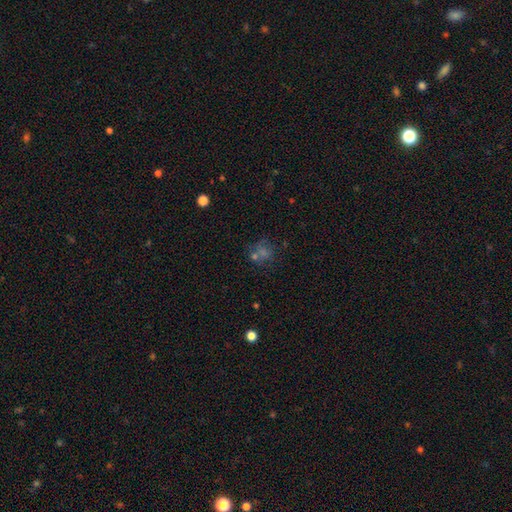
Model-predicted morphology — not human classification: This is possibly a smooth galaxy (47%). Merging: possibly none (59%).